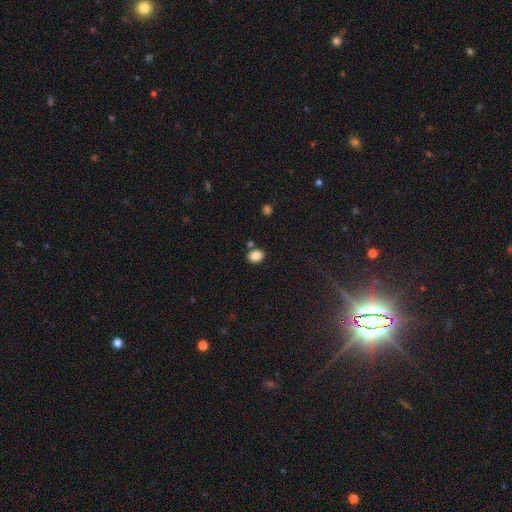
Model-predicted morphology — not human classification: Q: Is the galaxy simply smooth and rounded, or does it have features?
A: smooth — 85%.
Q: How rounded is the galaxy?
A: in between — 55%.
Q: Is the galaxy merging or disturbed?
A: none — 78%.